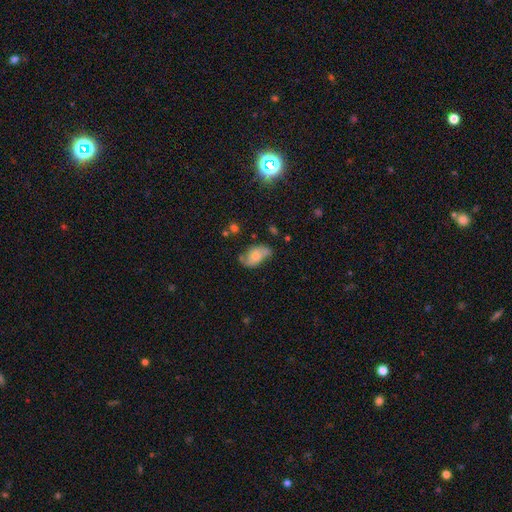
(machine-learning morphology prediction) smooth 52%, featured or disk 39%, star or artifact 9%. Down the decision tree: how rounded — in between (90%); merging — none (50%).